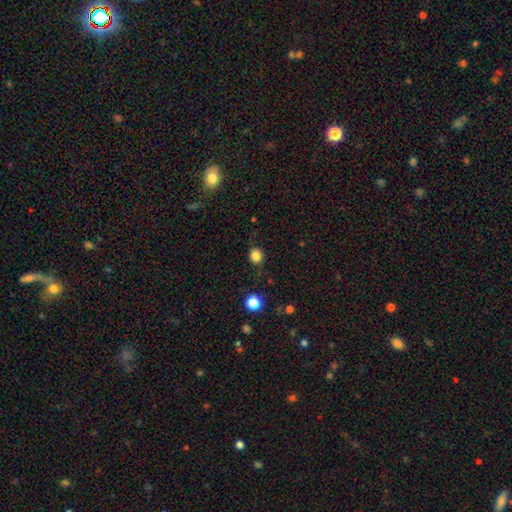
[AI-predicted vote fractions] Smooth or featured?
  - smooth: 83% *
  - star or artifact: 13%
  - featured or disk: 4%
How rounded?
  - round: 86% *
  - in between: 14%
  - cigar-shaped: 1%
Merging?
  - none: 85% *
  - minor disturbance: 11%
  - major disturbance: 3%
  - merger: 2%